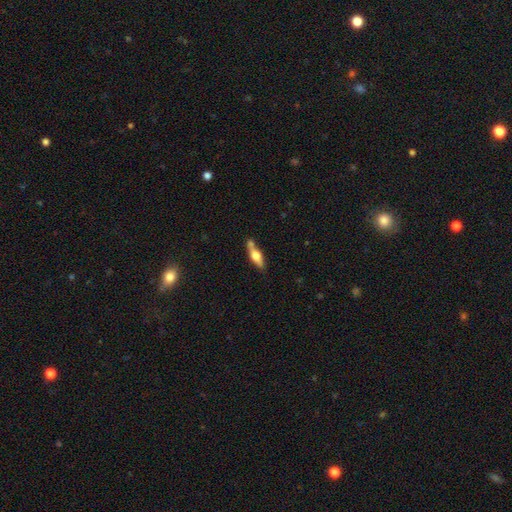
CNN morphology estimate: smooth_or_featured: smooth (p=0.49) [alt: featured or disk p=0.45]
merging: none (p=0.62) [alt: merger p=0.17]